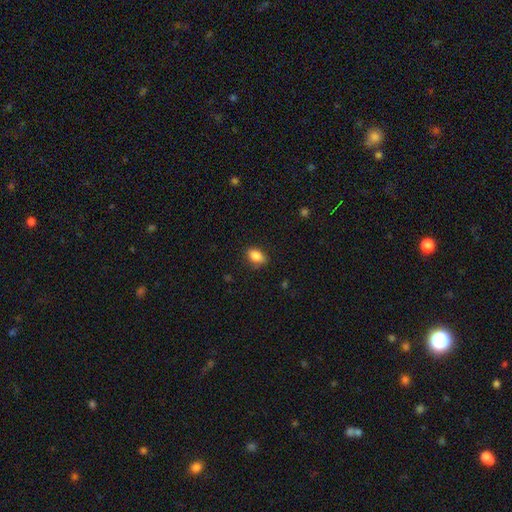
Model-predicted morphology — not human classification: The model was most divided on "merging": none: 82%, minor disturbance: 14%, major disturbance: 3%, merger: 1%. More confident: smooth or featured — smooth (86%); how rounded — in between (84%).